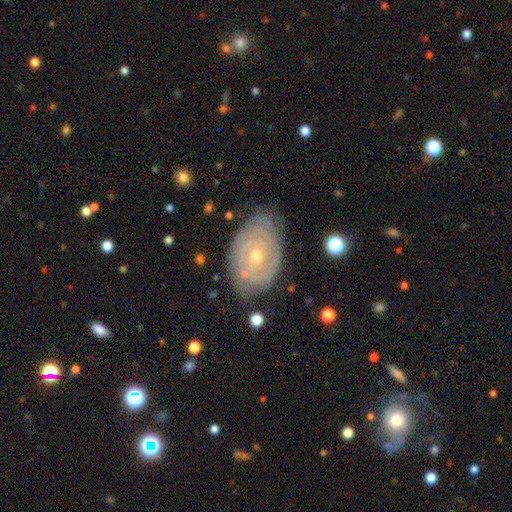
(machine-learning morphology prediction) A featured or disk galaxy (75%) with no bar (79%), tight (78%) spiral arms (81%) and a small central bulge (64%). Merging: none (73%).